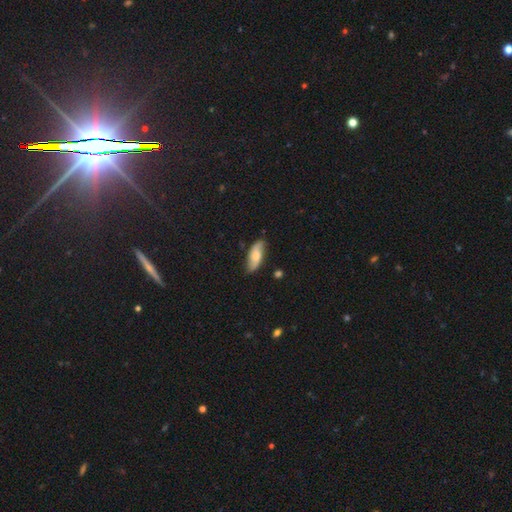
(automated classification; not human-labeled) A smooth galaxy with no disk features (55%) that is in between round and cigar-shaped (76%). Merging: none (79%).